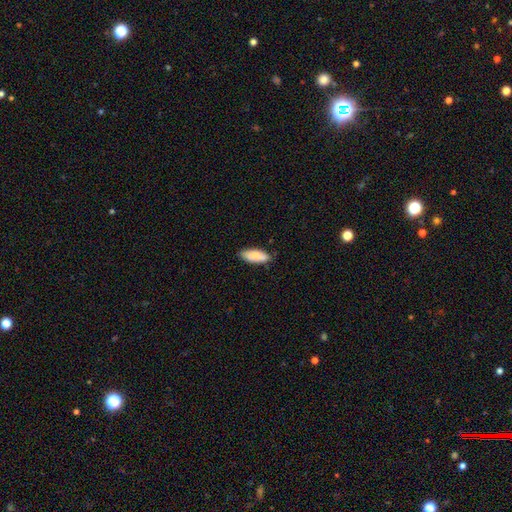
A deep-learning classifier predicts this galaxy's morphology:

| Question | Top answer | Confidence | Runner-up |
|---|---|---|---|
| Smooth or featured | smooth | 85% | featured or disk (9%) |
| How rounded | in between | 74% | cigar-shaped (24%) |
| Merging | none | 82% | minor disturbance (15%) |